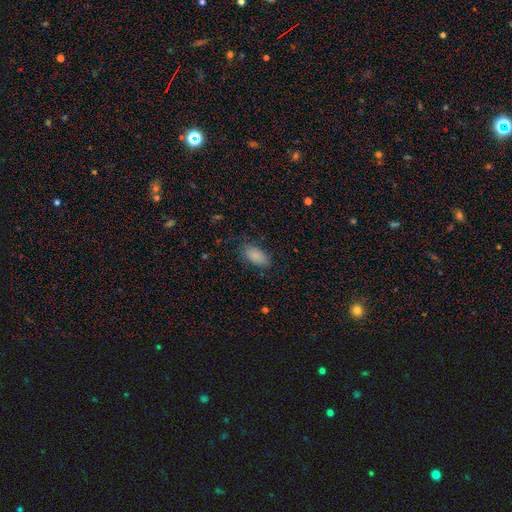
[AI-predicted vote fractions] Morphology: type=smooth (87%); roundness=in between (93%); merging=none (78%).